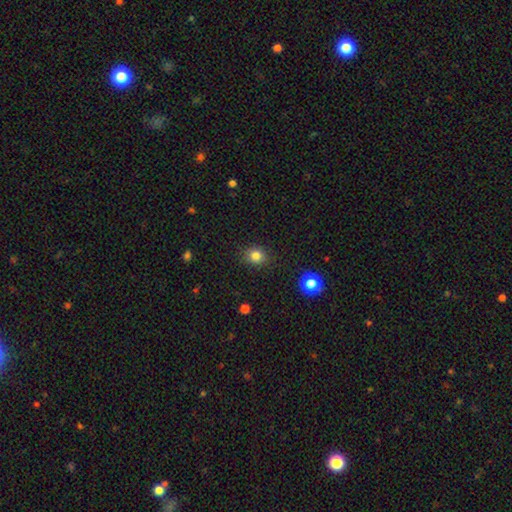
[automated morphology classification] Smooth or featured?
  - smooth: 83% *
  - star or artifact: 12%
  - featured or disk: 5%
How rounded?
  - round: 74% *
  - in between: 25%
  - cigar-shaped: 1%
Merging?
  - none: 86% *
  - minor disturbance: 10%
  - major disturbance: 3%
  - merger: 1%